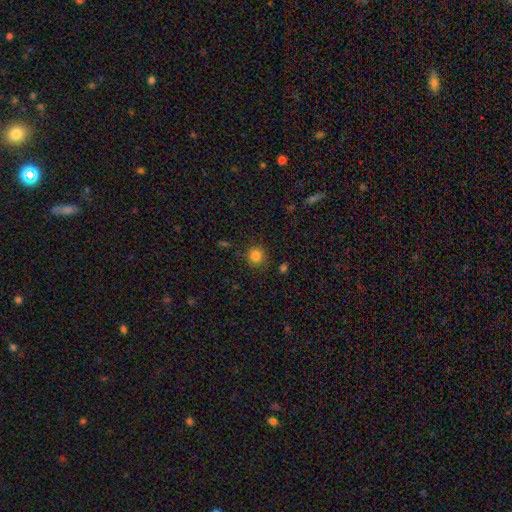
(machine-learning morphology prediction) Overall: smooth (83%). How rounded: round (91%). Merging: none (84%).